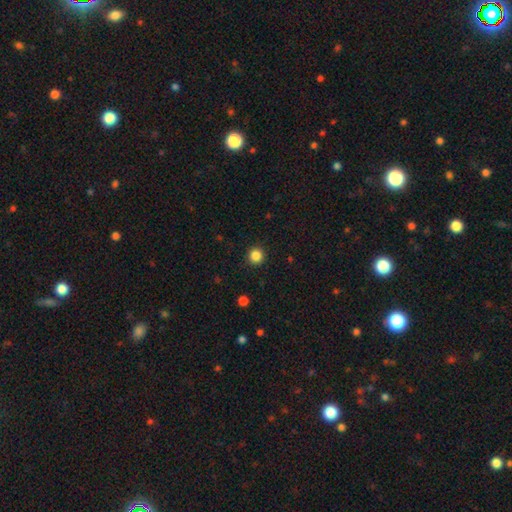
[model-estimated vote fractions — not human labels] The model was most divided on "smooth or featured": smooth: 85%, star or artifact: 12%, featured or disk: 4%. More confident: how rounded — round (95%); merging — none (92%).